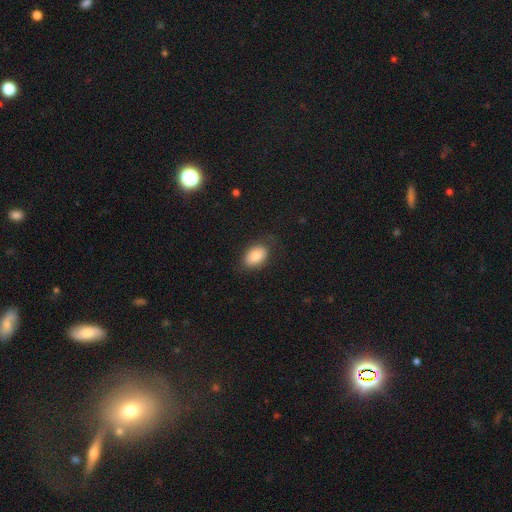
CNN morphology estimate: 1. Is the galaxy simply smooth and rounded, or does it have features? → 82% smooth, 10% featured or disk, 8% star or artifact.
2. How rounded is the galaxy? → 84% in between, 15% round, 1% cigar-shaped.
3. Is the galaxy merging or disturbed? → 78% none, 16% minor disturbance, 5% major disturbance, 1% merger.